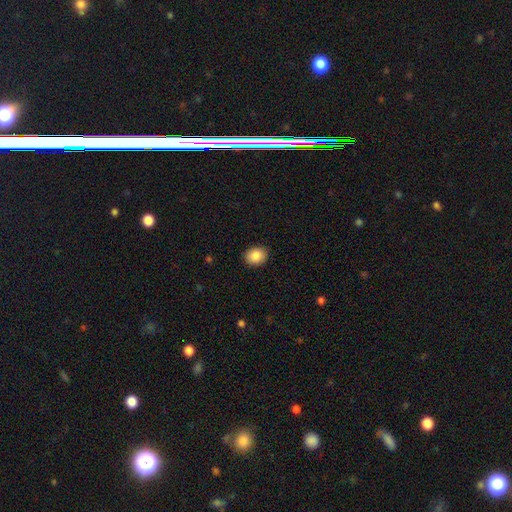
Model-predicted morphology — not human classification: Q: Smooth or featured?
A: smooth (87%); runner-up: star or artifact (8%)
Q: How rounded?
A: in between (51%); runner-up: round (48%)
Q: Merging?
A: none (90%); runner-up: minor disturbance (7%)